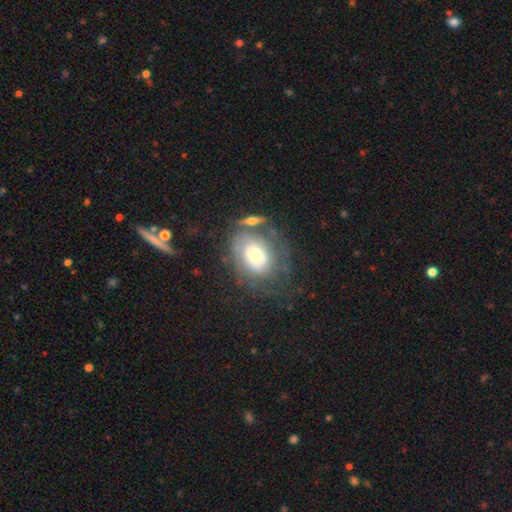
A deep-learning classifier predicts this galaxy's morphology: Overall: featured or disk (48%; smooth 42%). Merging: none (50%; minor disturbance 20%).